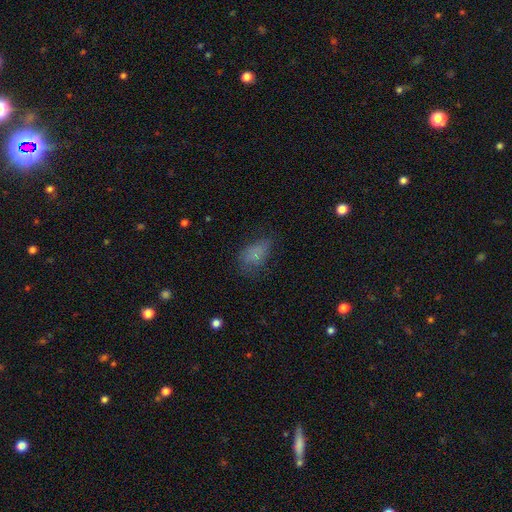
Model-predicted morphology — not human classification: This is likely a smooth galaxy (71%). How rounded: clearly in between (85%). Merging: possibly none (52%).